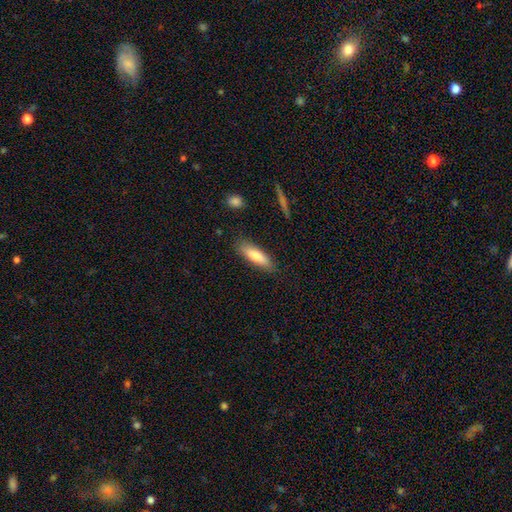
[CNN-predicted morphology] Smooth or featured? Predicted: smooth (p=0.78). How rounded? Predicted: cigar-shaped (p=0.57). Merging? Predicted: none (p=0.84).